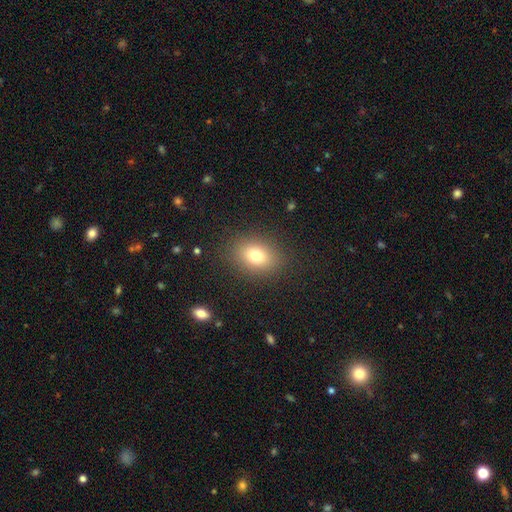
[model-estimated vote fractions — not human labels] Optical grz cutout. It shows a smooth galaxy with no disk features (77%) that is in between round and cigar-shaped (64%). Merging: none (87%).